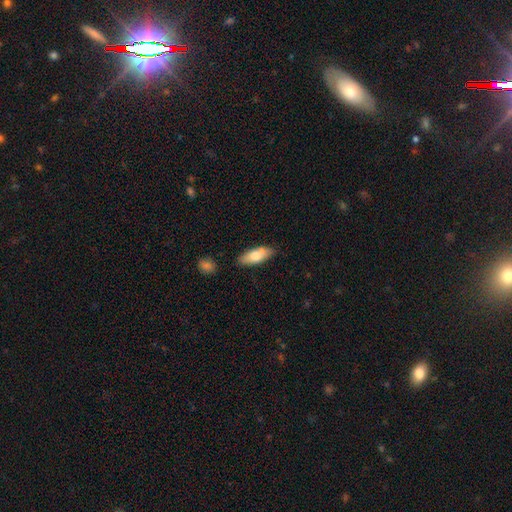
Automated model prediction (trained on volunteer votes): Smooth or featured? Predicted: smooth (p=0.71). How rounded? Predicted: in between (p=0.74). Merging? Predicted: none (p=0.82).